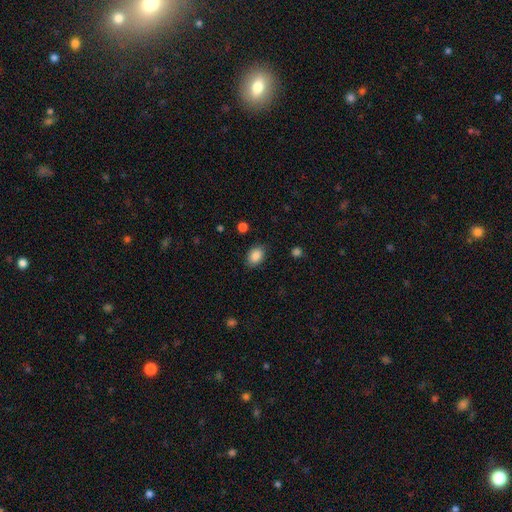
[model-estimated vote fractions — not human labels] A smooth galaxy with no disk features (88%) that is in between round and cigar-shaped (74%). Merging: none (84%).